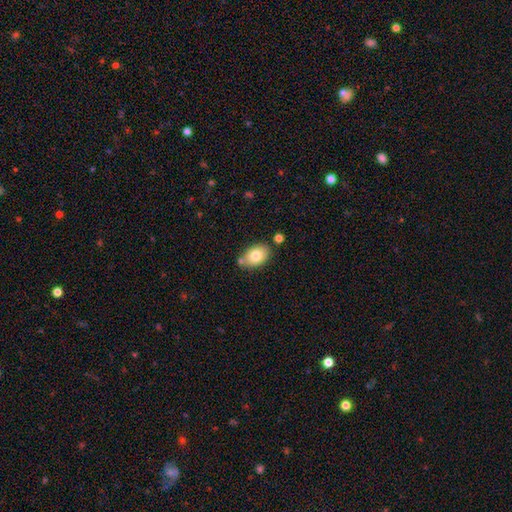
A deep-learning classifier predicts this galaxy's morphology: A smooth galaxy with no disk features (79%) that is in between round and cigar-shaped (84%).

Vote fractions:
- Smooth or featured? smooth: 79% / featured or disk: 13% / star or artifact: 8%
- How rounded? in between: 84% / round: 15% / cigar-shaped: 1%
- Merging? none: 71% / minor disturbance: 15% / merger: 10% / major disturbance: 3%